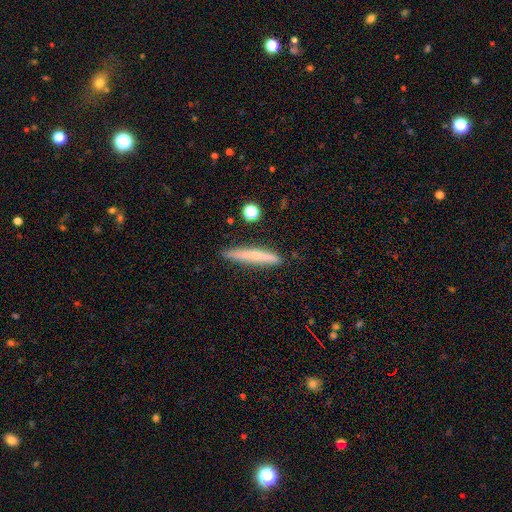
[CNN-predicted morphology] The model was most divided on "smooth or featured": smooth: 62%, featured or disk: 31%, star or artifact: 7%. More confident: how rounded — cigar-shaped (95%); merging — none (84%).